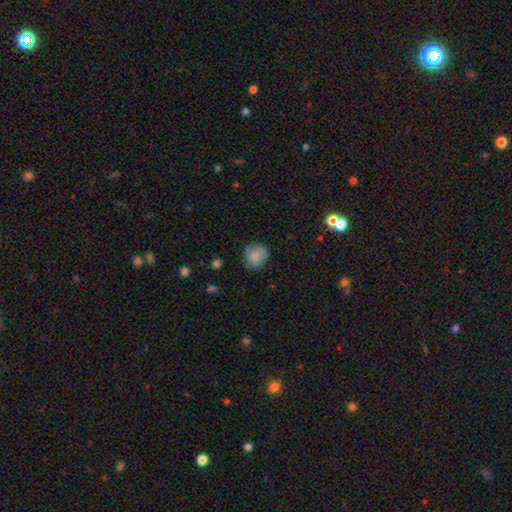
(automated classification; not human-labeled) A smooth galaxy with no disk features (79%) that is round (81%).

Vote fractions:
- Smooth or featured? smooth: 79% / featured or disk: 12% / star or artifact: 9%
- How rounded? round: 81% / in between: 18% / cigar-shaped: 1%
- Merging? none: 72% / minor disturbance: 20% / major disturbance: 6% / merger: 2%